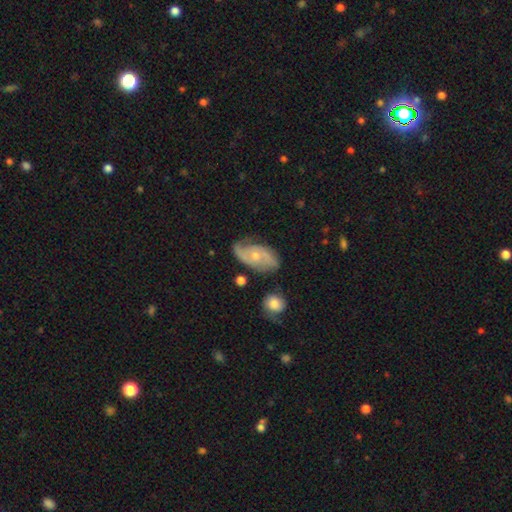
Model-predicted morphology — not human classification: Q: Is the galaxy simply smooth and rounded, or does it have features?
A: featured or disk — 73%.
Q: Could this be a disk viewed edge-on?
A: no — 95%.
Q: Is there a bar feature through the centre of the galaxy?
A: no — 73%.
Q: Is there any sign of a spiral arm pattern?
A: yes — 88%.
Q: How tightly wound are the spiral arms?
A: medium — 41%.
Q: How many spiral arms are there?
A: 2 — 68%.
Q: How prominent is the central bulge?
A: small — 49%.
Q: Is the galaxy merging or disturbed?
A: none — 58%.